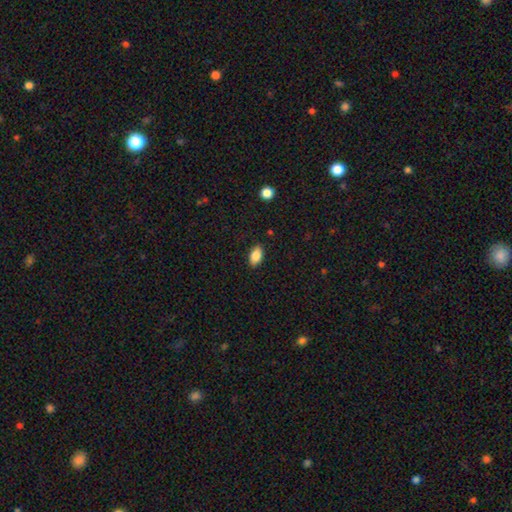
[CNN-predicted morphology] Smooth or featured?
  - smooth: 85% *
  - star or artifact: 8%
  - featured or disk: 7%
How rounded?
  - in between: 92% *
  - round: 5%
  - cigar-shaped: 3%
Merging?
  - none: 86% *
  - minor disturbance: 10%
  - major disturbance: 2%
  - merger: 1%